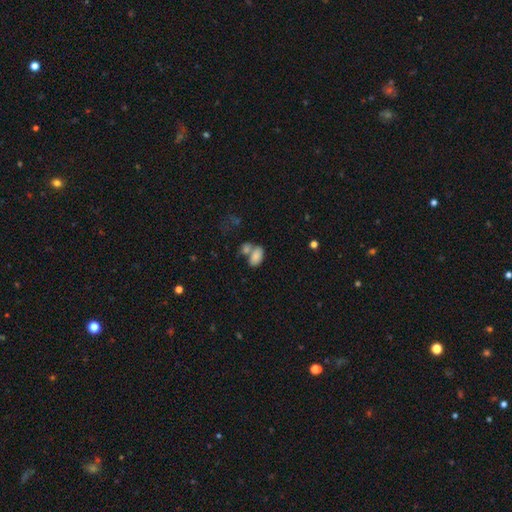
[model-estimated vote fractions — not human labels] smooth 81%, featured or disk 10%, star or artifact 9%. Down the decision tree: how rounded — in between (92%); merging — merger (46%).